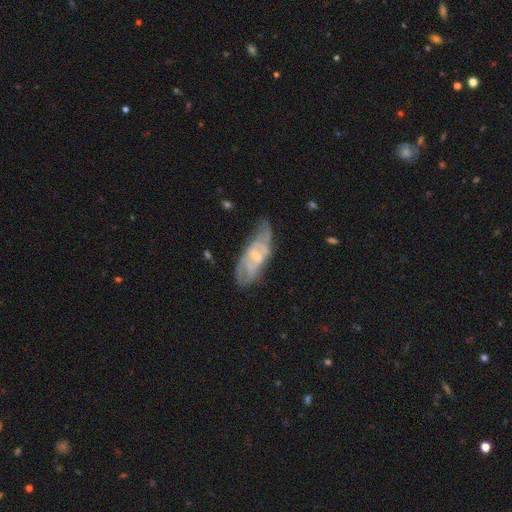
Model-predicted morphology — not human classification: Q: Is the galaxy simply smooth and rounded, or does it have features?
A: featured or disk — 66%.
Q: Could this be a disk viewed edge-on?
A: no — 86%.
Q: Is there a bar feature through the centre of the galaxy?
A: weak — 43%.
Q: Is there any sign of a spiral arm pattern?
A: yes — 55%.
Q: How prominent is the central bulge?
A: small — 45%.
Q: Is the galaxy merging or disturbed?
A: none — 45%.